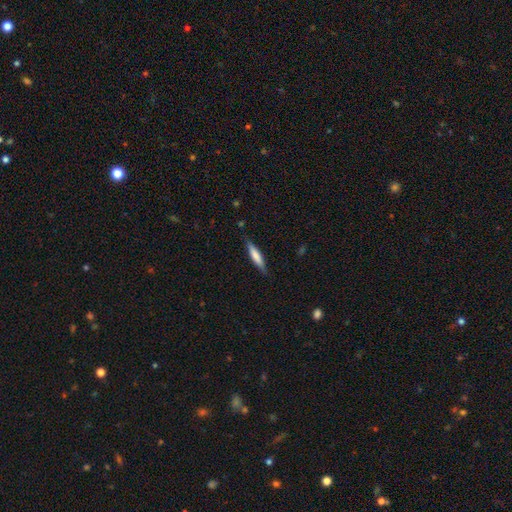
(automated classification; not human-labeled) Smooth or featured? smooth (63%)
How rounded? cigar-shaped (86%)
Merging? none (85%)